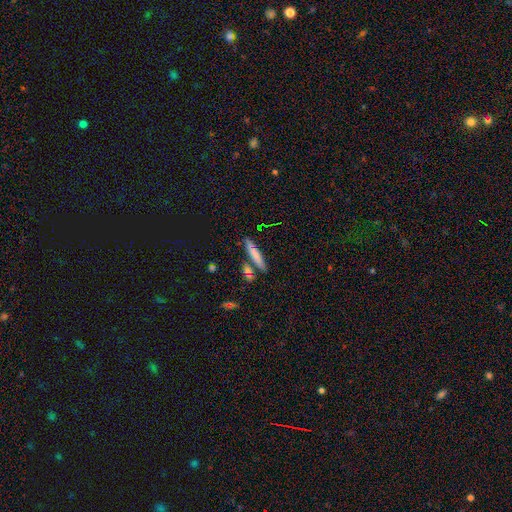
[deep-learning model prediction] Smooth or featured: smooth — 71% (featured or disk — 21%)
How rounded: cigar-shaped — 88% (in between — 10%)
Merging: none — 78% (minor disturbance — 11%)